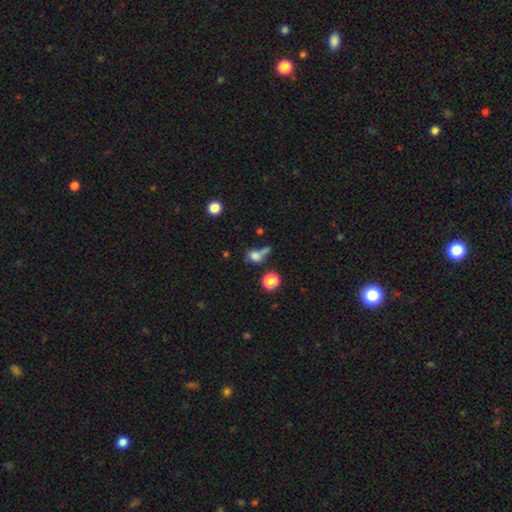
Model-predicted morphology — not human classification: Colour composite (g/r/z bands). It shows a smooth galaxy with no disk features (71%) that is round (56%). Merging: none (37%).